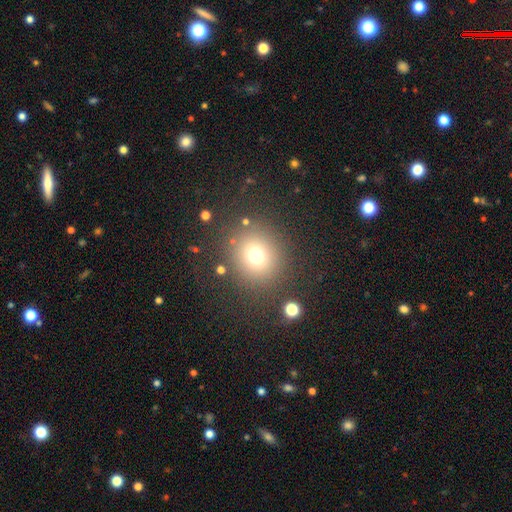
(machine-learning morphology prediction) smooth 71%, star or artifact 19%, featured or disk 10%. Down the decision tree: how rounded — round (87%); merging — none (83%).